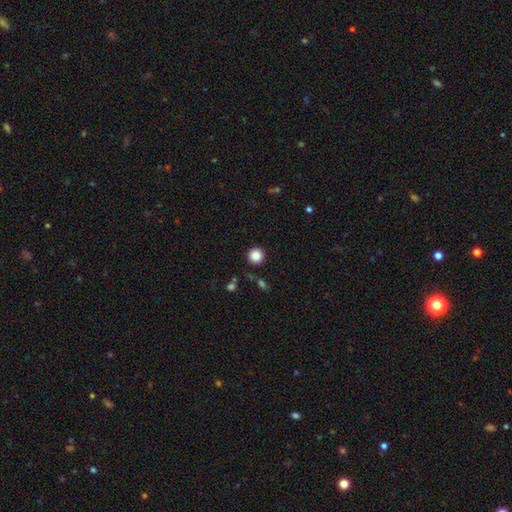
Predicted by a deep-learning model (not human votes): Morphology: type=smooth (86%); roundness=round (95%); merging=none (90%).